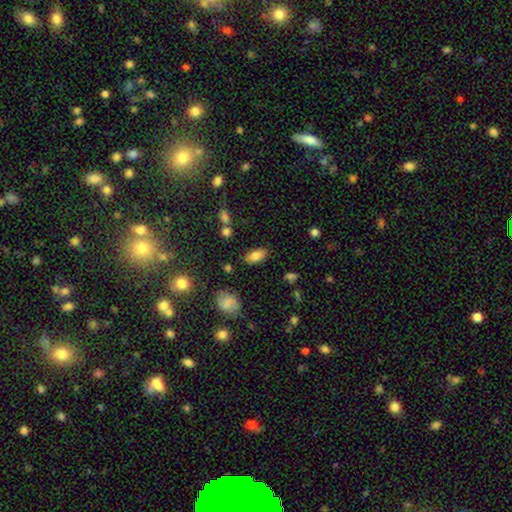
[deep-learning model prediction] Smooth or featured: smooth — 81% (featured or disk — 10%)
How rounded: in between — 91% (cigar-shaped — 5%)
Merging: none — 83% (minor disturbance — 11%)